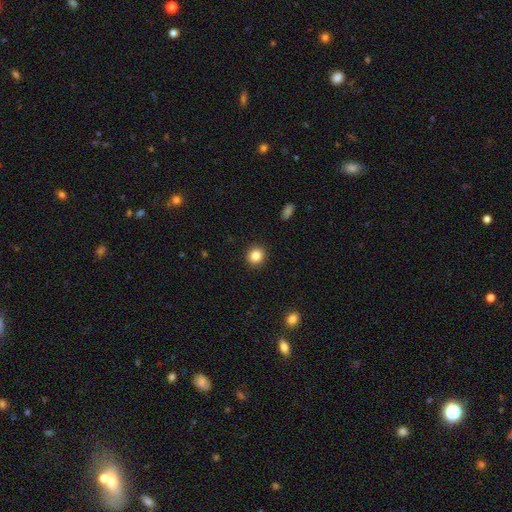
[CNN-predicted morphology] type=smooth (85%); roundness=round (90%); merging=none (92%).